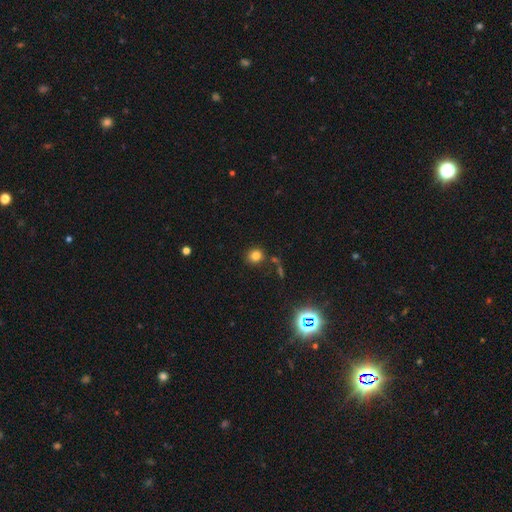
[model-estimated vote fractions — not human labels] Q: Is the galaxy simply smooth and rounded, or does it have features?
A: smooth — 79%.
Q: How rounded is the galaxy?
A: round — 84%.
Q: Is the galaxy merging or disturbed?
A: none — 80%.